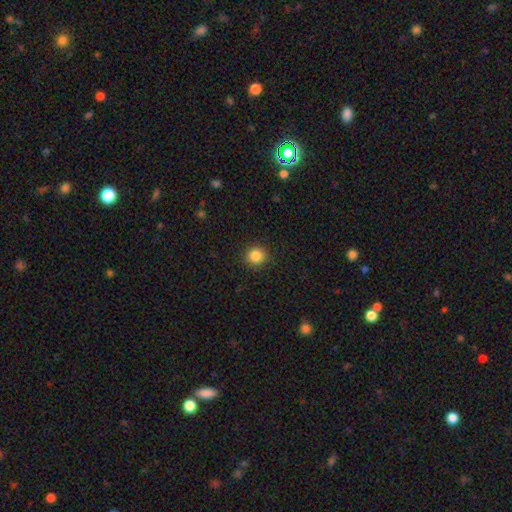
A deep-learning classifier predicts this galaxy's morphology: A smooth galaxy with no disk features (85%) that is round (93%).

Vote fractions:
- Smooth or featured? smooth: 85% / star or artifact: 11% / featured or disk: 4%
- How rounded? round: 93% / in between: 6% / cigar-shaped: 1%
- Merging? none: 91% / minor disturbance: 6% / major disturbance: 2% / merger: 1%